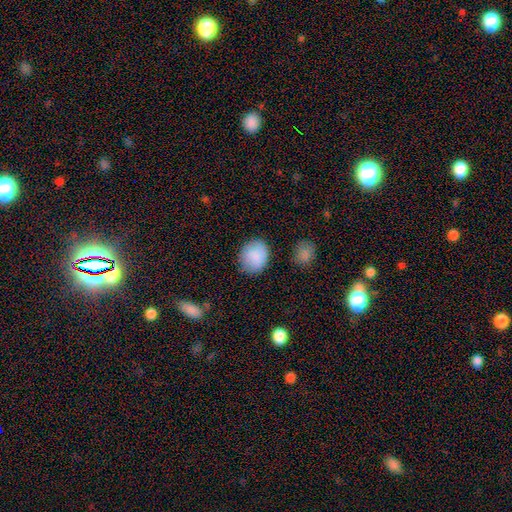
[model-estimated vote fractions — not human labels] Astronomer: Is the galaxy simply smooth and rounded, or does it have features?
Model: smooth — 87%.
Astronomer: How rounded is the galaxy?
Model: round — 57% (runner-up: in between, 42%).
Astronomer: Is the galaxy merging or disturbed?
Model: none — 81%.